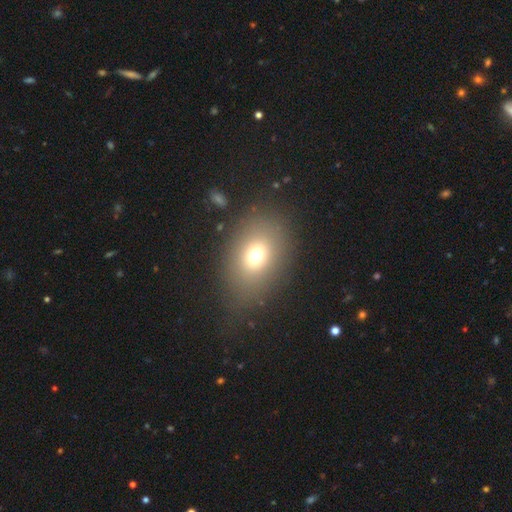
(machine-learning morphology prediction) Smooth or featured: smooth — 69% (star or artifact — 16%)
How rounded: in between — 64% (round — 35%)
Merging: none — 79% (minor disturbance — 11%)